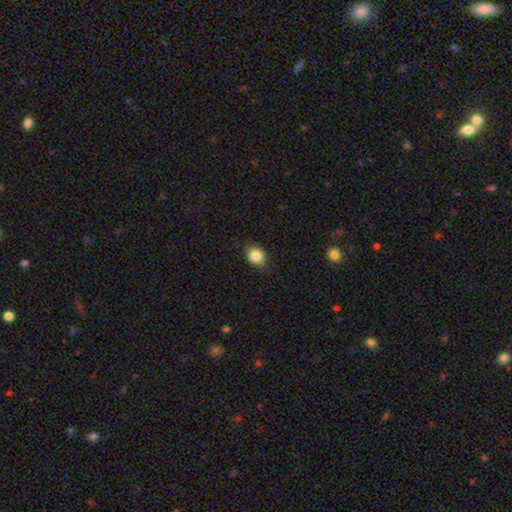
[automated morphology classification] Overall: smooth (85%). How rounded: round (58%; in between 41%). Merging: none (80%).